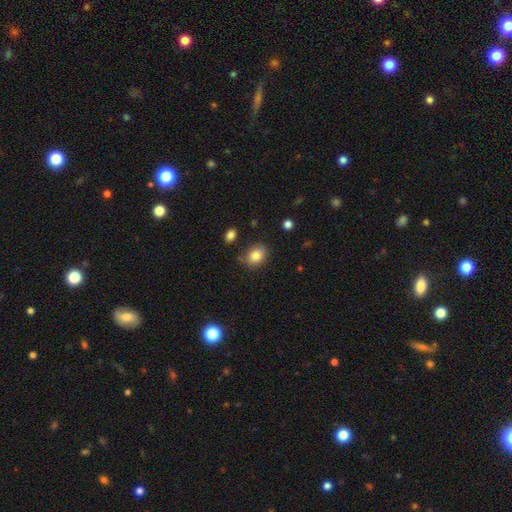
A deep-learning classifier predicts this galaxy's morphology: Smooth or featured? Predicted: smooth (p=0.84). How rounded? Predicted: in between (p=0.63). Merging? Predicted: none (p=0.75).